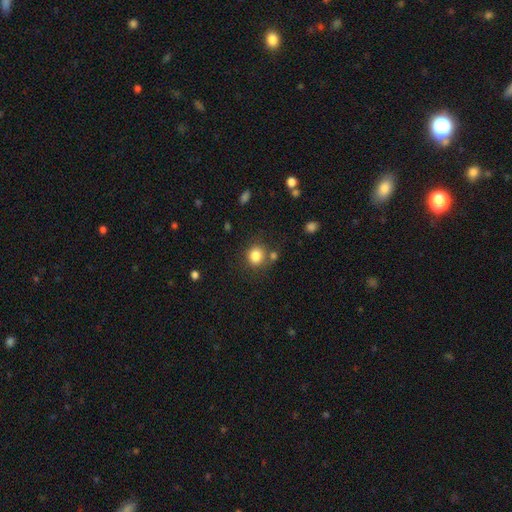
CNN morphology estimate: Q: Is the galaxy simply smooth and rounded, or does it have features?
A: smooth — 83%.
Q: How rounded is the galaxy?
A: round — 75%.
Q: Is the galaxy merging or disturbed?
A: none — 74%.